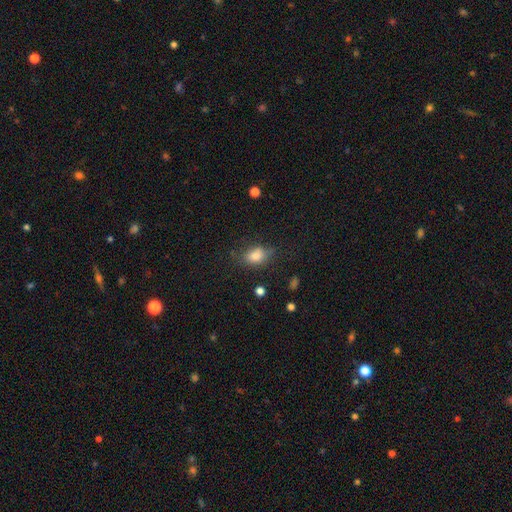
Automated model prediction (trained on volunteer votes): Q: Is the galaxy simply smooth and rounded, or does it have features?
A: smooth — 80%.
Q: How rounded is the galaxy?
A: in between — 75%.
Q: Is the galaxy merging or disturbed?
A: none — 66%.